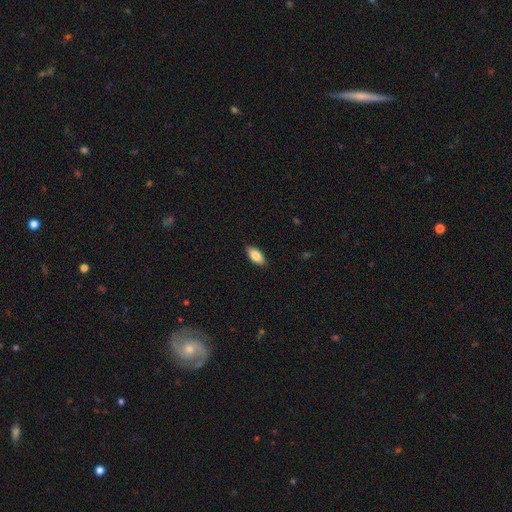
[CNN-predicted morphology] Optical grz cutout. It shows a smooth galaxy with no disk features (82%) that is in between round and cigar-shaped (89%). Merging: none (88%).